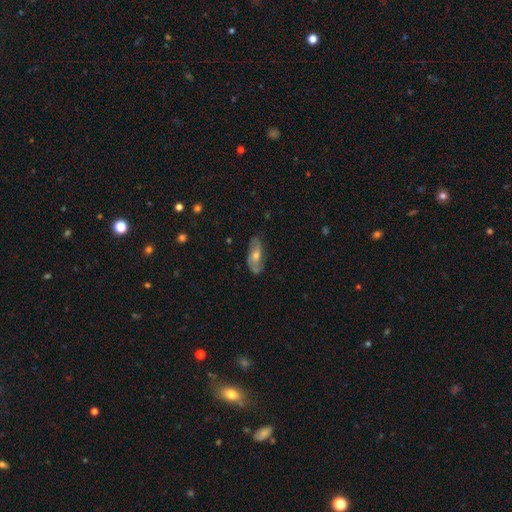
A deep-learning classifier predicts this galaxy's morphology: featured or disk 57%, smooth 34%, star or artifact 9%. Down the decision tree: edge-on disk — no (84%); merging — none (75%).